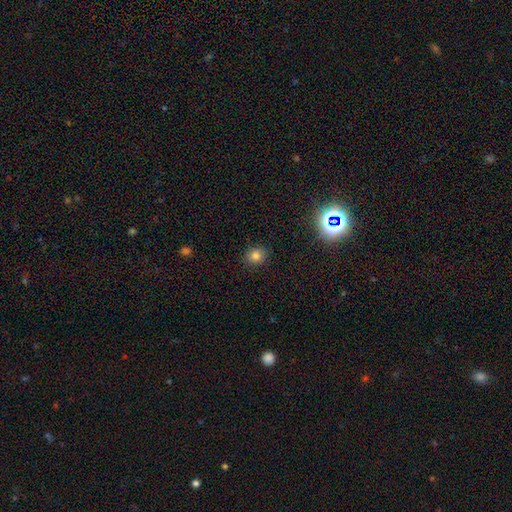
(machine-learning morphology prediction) This appears to be a smooth galaxy with no disk features (78%) that is round (73%). Merging: none (89%).